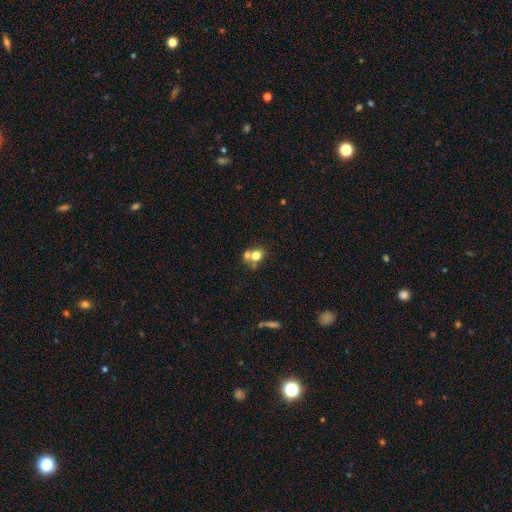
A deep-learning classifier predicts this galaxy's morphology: Q: Smooth or featured?
A: smooth (71%); runner-up: featured or disk (16%)
Q: How rounded?
A: round (69%); runner-up: in between (30%)
Q: Merging?
A: merger (48%); runner-up: none (39%)